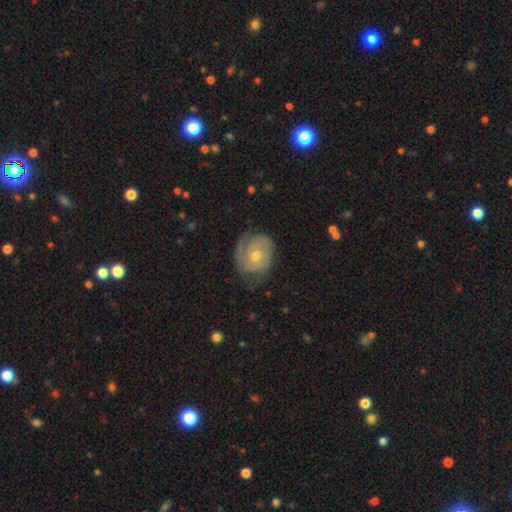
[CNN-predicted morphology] A featured or disk galaxy (71%) with no bar (79%), 2 (43%) tight (63%) spiral arms (88%) and a moderate central bulge (53%). Merging: none (70%).